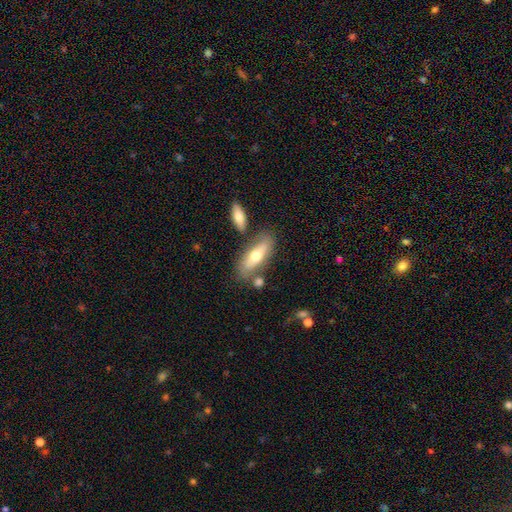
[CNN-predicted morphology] This is possibly a smooth galaxy (58%). How rounded: likely in between (65%). Merging: likely none (68%).